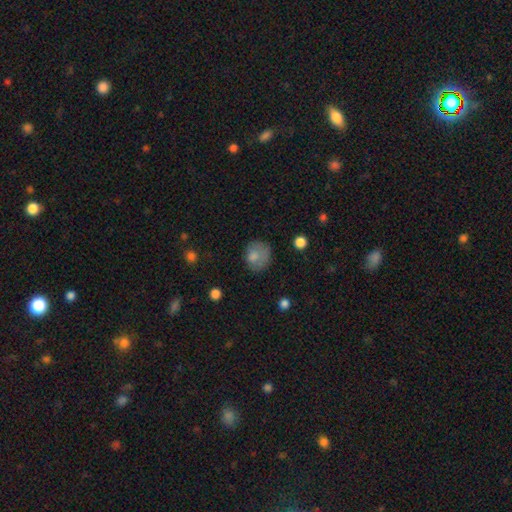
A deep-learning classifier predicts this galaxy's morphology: This appears to be a smooth galaxy with no disk features (78%) that is round (67%). Merging: none (57%).